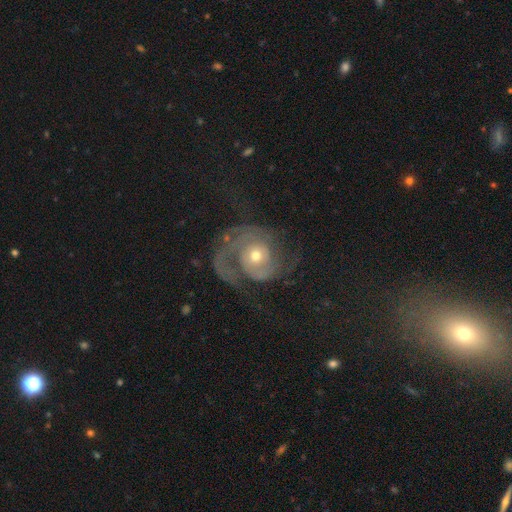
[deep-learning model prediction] Overall: featured or disk (82%). Edge-on disk: no (98%). Bar: no (77%). Spiral arms: yes (93%). Spiral arm count: 2 (45%; 1 27%). Spiral winding: medium (41%; tight 36%). Bulge size: moderate (54%; small 41%). Merging: none (48%; major disturbance 33%).